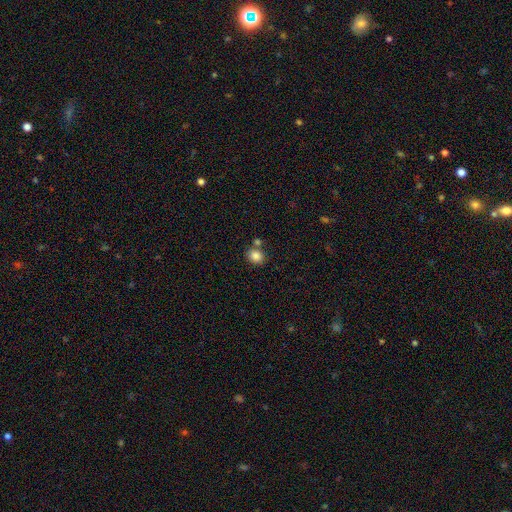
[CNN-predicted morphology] This appears to be a smooth galaxy with no disk features (85%) that is round (64%). Merging: none (70%).